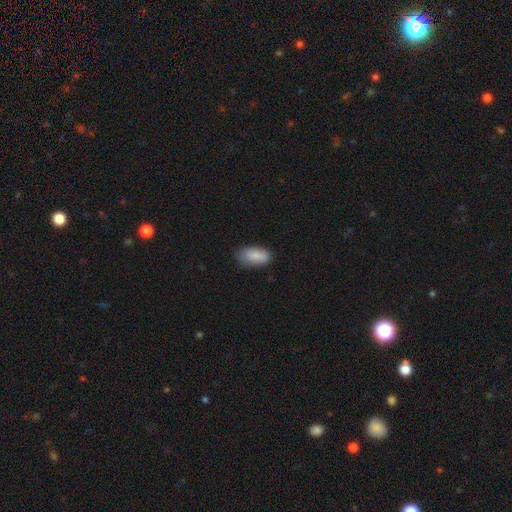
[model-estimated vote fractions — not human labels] The model was most divided on "merging": none: 75%, minor disturbance: 20%, major disturbance: 4%, merger: 1%. More confident: how rounded — in between (92%); smooth or featured — smooth (87%).